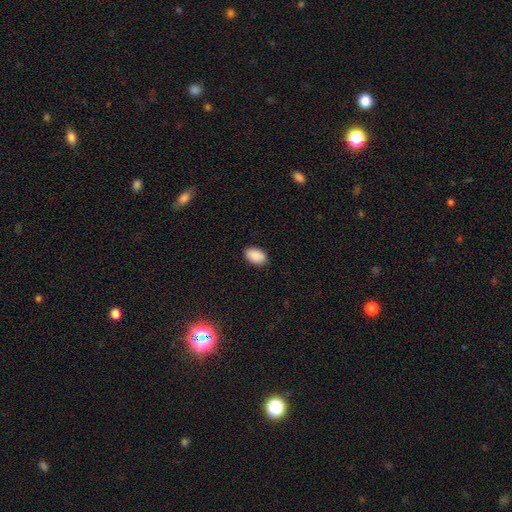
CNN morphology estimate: This is clearly a smooth galaxy (91%). How rounded: clearly in between (91%). Merging: clearly none (89%).